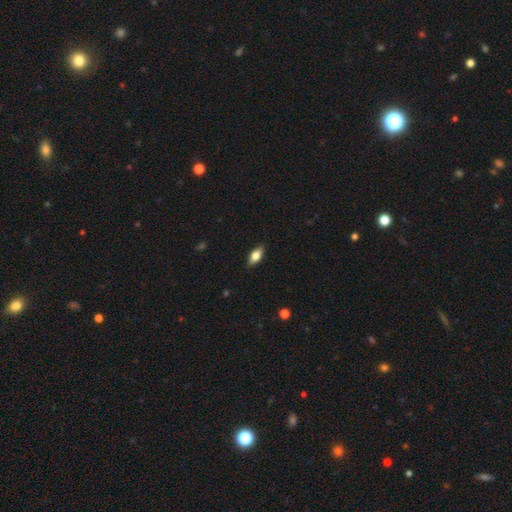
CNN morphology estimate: Smooth or featured? smooth (61%)
How rounded? in between (77%)
Merging? none (87%)